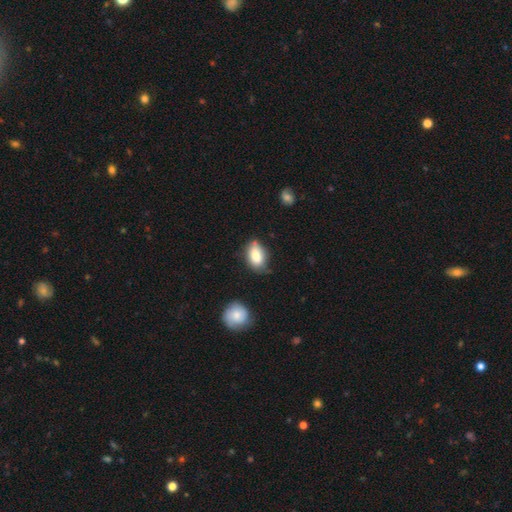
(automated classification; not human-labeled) Morphology: type=smooth (81%); roundness=in between (88%); merging=none (63%).